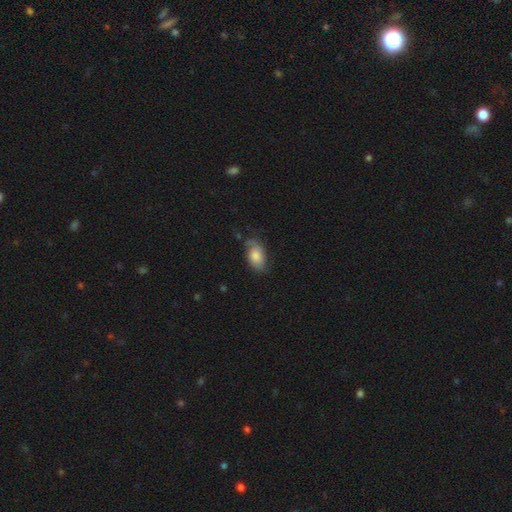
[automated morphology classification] Smooth or featured? smooth (65%)
How rounded? in between (91%)
Merging? none (60%)